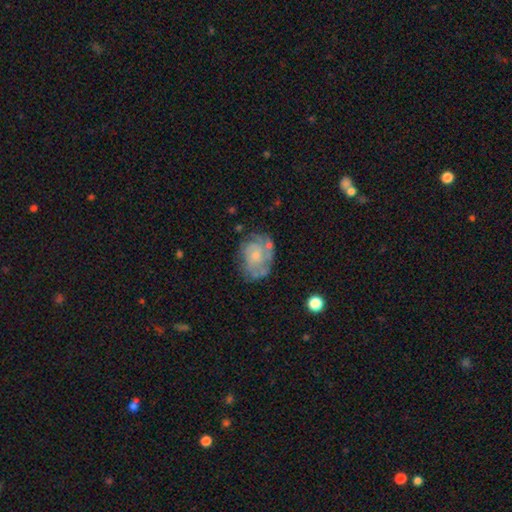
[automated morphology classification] Smooth or featured?
  - featured or disk: 67% *
  - smooth: 26%
  - star or artifact: 7%
Edge-on disk?
  - no: 97% *
  - yes: 3%
Bar?
  - no: 79% *
  - weak: 19%
  - strong: 3%
Spiral arms?
  - yes: 72% *
  - no: 28%
Bulge size?
  - small: 54% *
  - moderate: 31%
  - none: 11%
  - large: 3%
  - dominant: 1%
Merging?
  - none: 57% *
  - minor disturbance: 25%
  - major disturbance: 13%
  - merger: 5%